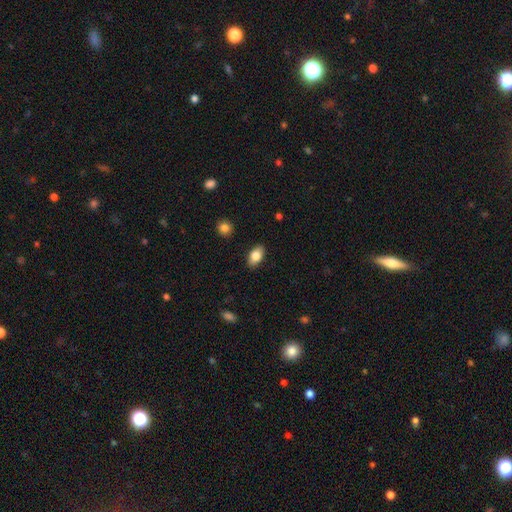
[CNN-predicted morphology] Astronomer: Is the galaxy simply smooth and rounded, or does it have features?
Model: smooth — 81%.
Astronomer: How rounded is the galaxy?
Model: in between — 91%.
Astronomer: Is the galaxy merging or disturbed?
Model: none — 87%.